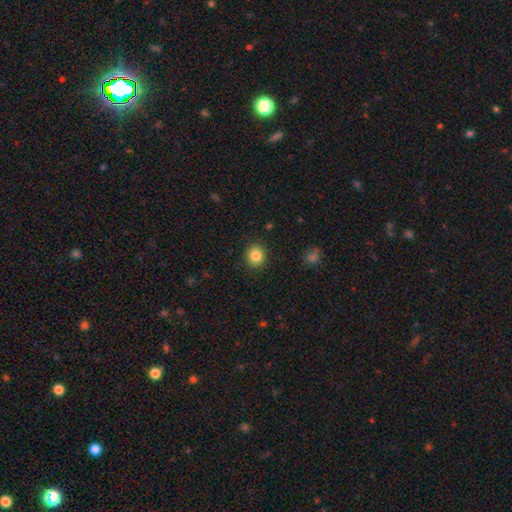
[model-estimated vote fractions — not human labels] smooth_or_featured: smooth (p=0.85) [alt: star or artifact p=0.10]
how_rounded: round (p=0.86) [alt: in between p=0.13]
merging: none (p=0.90) [alt: minor disturbance p=0.07]